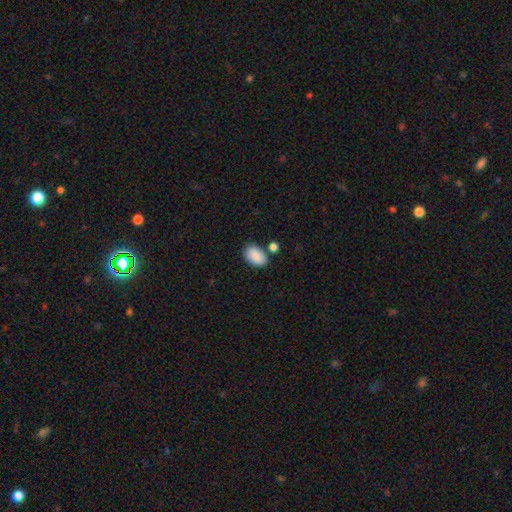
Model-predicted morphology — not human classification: Smooth or featured? Predicted: smooth (p=0.89). How rounded? Predicted: in between (p=0.90). Merging? Predicted: none (p=0.71).